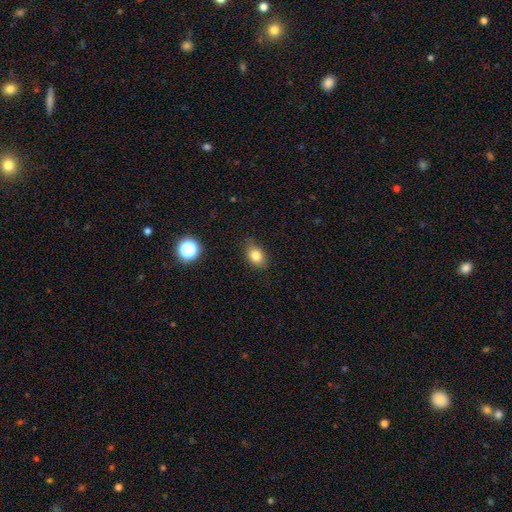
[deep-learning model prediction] This is clearly a smooth galaxy (81%). How rounded: likely in between (73%). Merging: clearly none (81%).